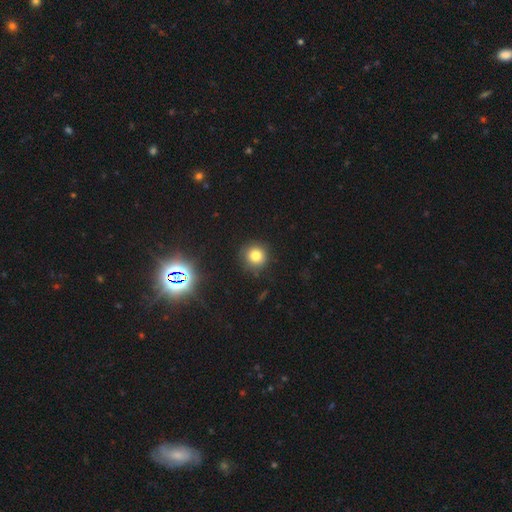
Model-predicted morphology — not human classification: The model was most divided on "smooth or featured": smooth: 78%, star or artifact: 15%, featured or disk: 7%. More confident: how rounded — round (93%); merging — none (87%).